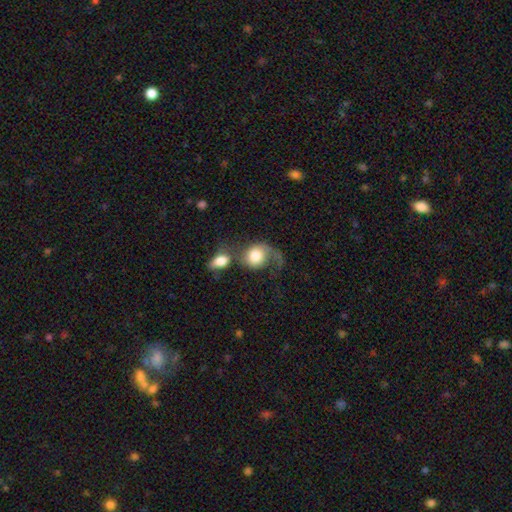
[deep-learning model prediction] Smooth or featured? Predicted: smooth (p=0.58). How rounded? Predicted: round (p=0.66). Merging? Predicted: merger (p=0.39).